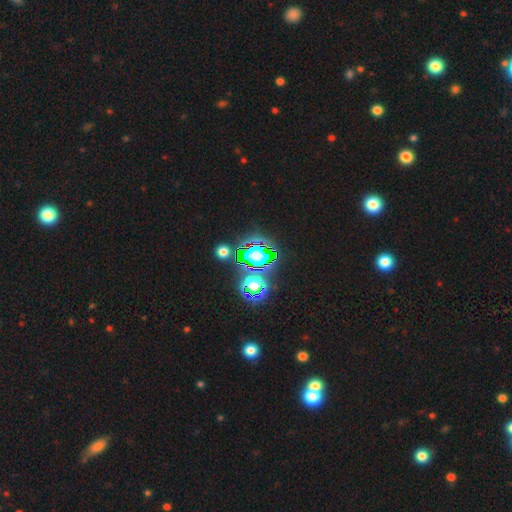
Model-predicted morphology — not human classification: This is likely a star or artifact rather than a galaxy (68%).